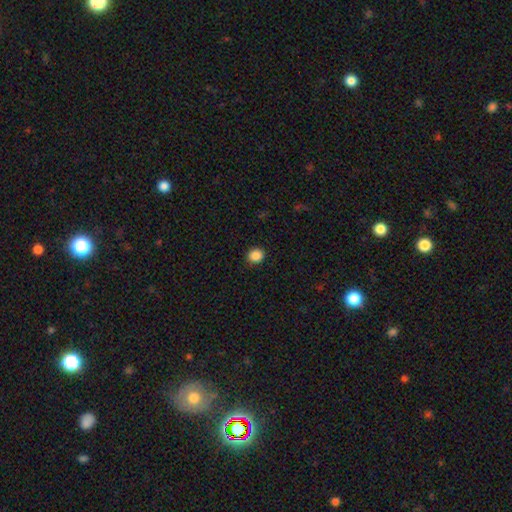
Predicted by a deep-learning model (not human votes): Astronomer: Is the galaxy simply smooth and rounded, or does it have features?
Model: smooth — 87%.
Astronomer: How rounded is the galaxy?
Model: round — 81%.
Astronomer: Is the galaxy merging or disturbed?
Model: none — 91%.